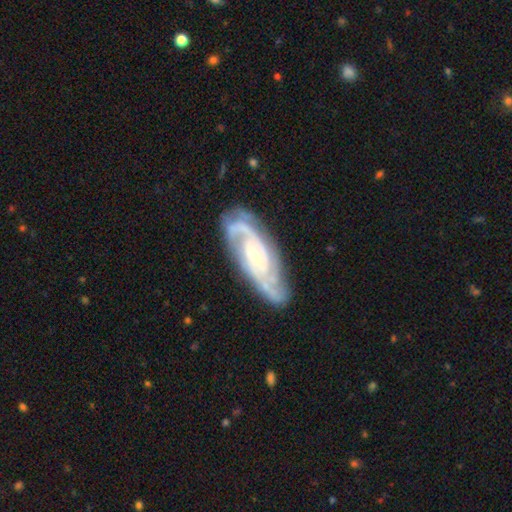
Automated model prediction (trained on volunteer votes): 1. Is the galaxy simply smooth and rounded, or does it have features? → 89% featured or disk, 6% smooth, 5% star or artifact.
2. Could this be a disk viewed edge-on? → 93% no, 7% yes.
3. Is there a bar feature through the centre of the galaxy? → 52% no, 34% weak, 14% strong.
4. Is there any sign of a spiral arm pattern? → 98% yes, 2% no.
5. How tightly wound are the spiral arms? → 58% tight, 36% medium, 6% loose.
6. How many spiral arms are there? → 60% 2, 17% 3, 12% can't tell, 4% 4, 3% 1, 3% more than 4.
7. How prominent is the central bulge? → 62% small, 21% moderate, 12% none, 4% large, 1% dominant.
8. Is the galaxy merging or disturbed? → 77% none, 16% minor disturbance, 5% major disturbance, 2% merger.